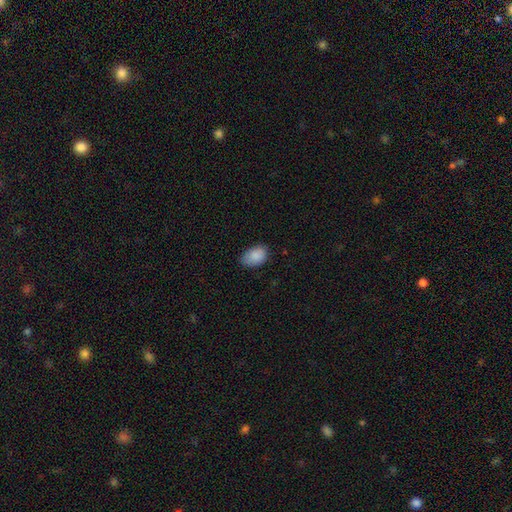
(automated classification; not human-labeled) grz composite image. It shows a smooth galaxy with no disk features (87%) that is in between round and cigar-shaped (87%). Merging: none (67%).